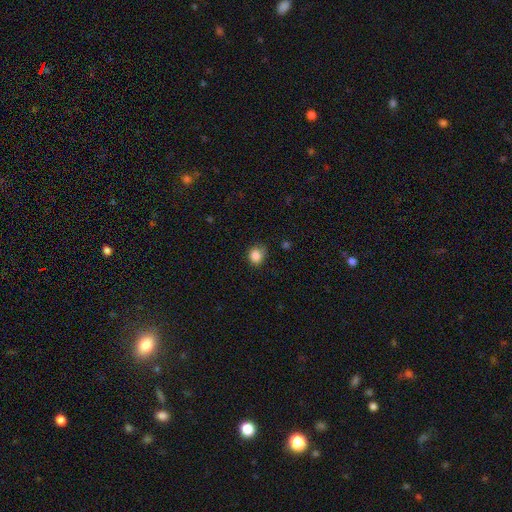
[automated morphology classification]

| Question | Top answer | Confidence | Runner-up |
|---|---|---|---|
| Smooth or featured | smooth | 85% | star or artifact (11%) |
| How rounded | round | 76% | in between (23%) |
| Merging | none | 72% | minor disturbance (22%) |